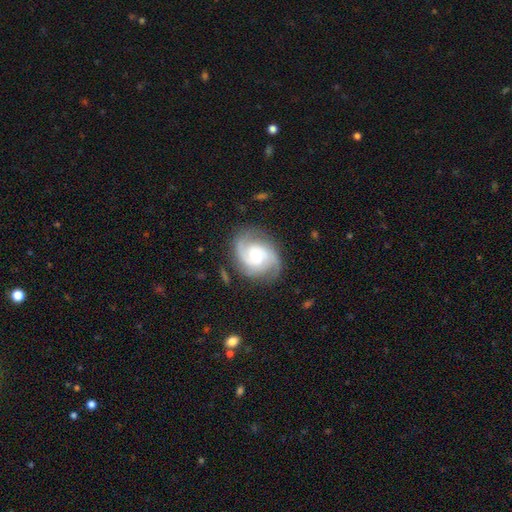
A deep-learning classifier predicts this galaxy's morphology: type=featured or disk (86%); edge-on=no (98%); bar=no (60%); spiral arms=yes (97%); winding=tight (46%); arm count=2 (46%); bulge=moderate (58%); merging=none (79%).